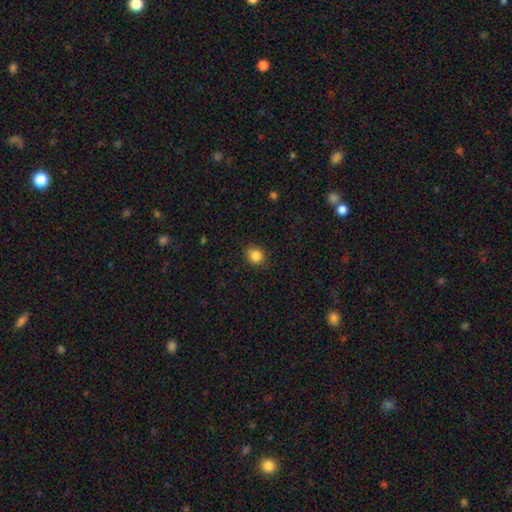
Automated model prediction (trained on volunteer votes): Q: Smooth or featured?
A: smooth (85%); runner-up: star or artifact (11%)
Q: How rounded?
A: round (70%); runner-up: in between (29%)
Q: Merging?
A: none (87%); runner-up: minor disturbance (9%)